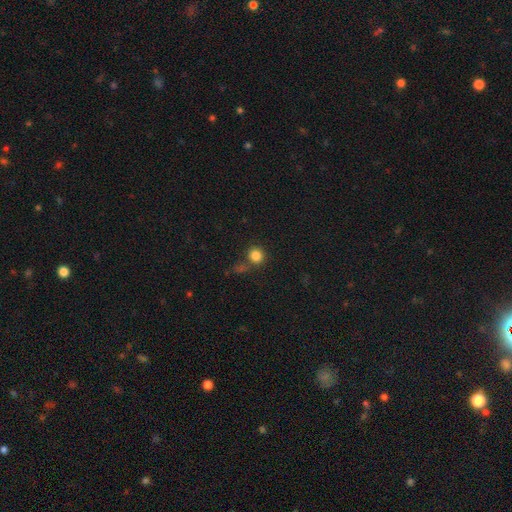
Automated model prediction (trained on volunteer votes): A smooth galaxy with no disk features (83%) that is round (90%). Merging: none (72%).